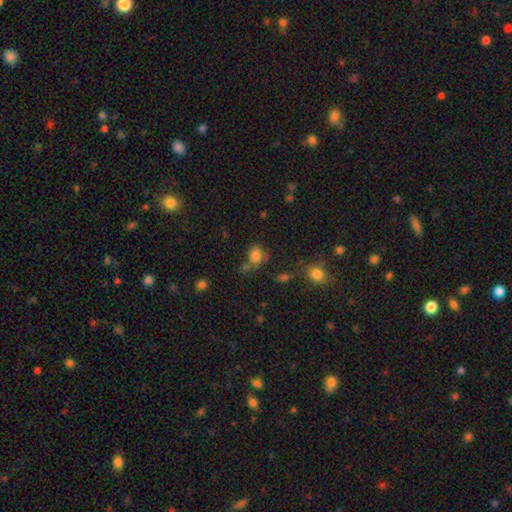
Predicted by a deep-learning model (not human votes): This is likely a smooth galaxy (77%). How rounded: possibly in between (58%). Merging: possibly none (46%).